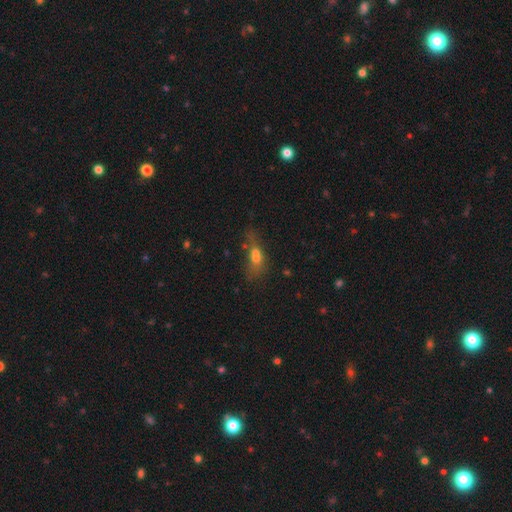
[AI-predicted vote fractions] smooth-or-featured: smooth: 57% | featured or disk: 25% | star or artifact: 19%
  how-rounded: in between: 60% | cigar-shaped: 24% | round: 16%
  merging: none: 32% | merger: 31% | major disturbance: 19% | minor disturbance: 18%